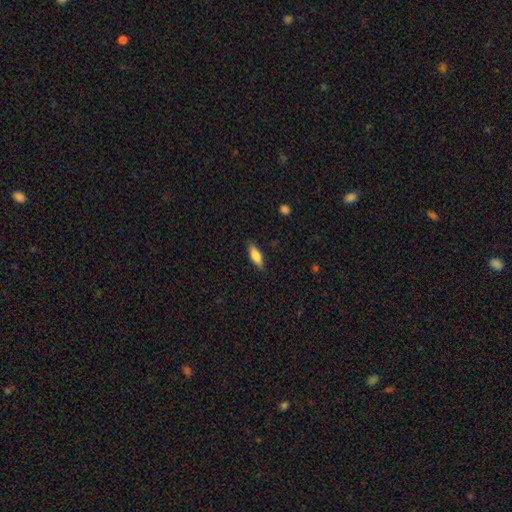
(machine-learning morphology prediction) Smooth or featured? smooth (74%)
How rounded? in between (52%)
Merging? none (86%)